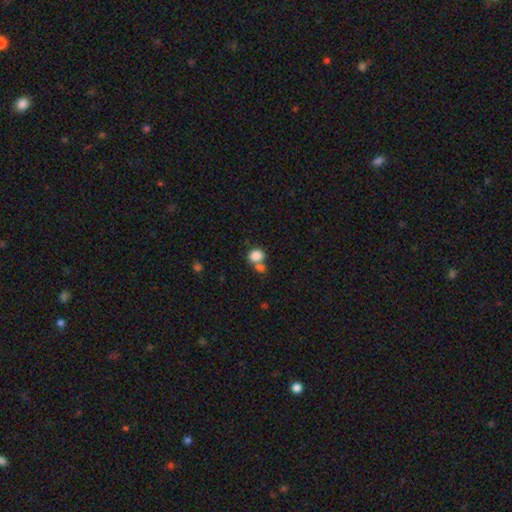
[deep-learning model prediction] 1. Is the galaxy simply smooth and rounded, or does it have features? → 84% smooth, 9% star or artifact, 7% featured or disk.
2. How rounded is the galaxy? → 64% round, 35% in between, 1% cigar-shaped.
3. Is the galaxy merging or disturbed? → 43% merger (tied), 43% none (tied), 10% minor disturbance, 5% major disturbance.